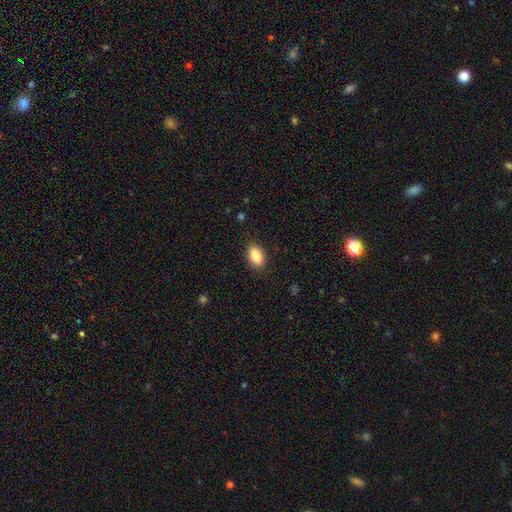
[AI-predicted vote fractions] The model was most divided on "smooth or featured": smooth: 85%, star or artifact: 7%, featured or disk: 7%. More confident: how rounded — in between (91%); merging — none (87%).